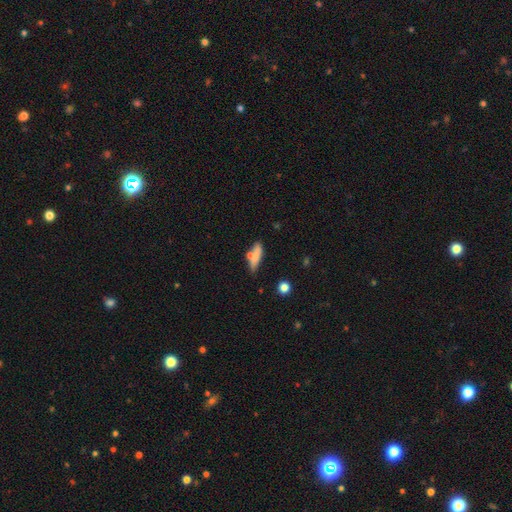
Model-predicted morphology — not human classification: Smooth or featured? Predicted: smooth (p=0.72). How rounded? Predicted: cigar-shaped (p=0.56). Merging? Predicted: none (p=0.55).